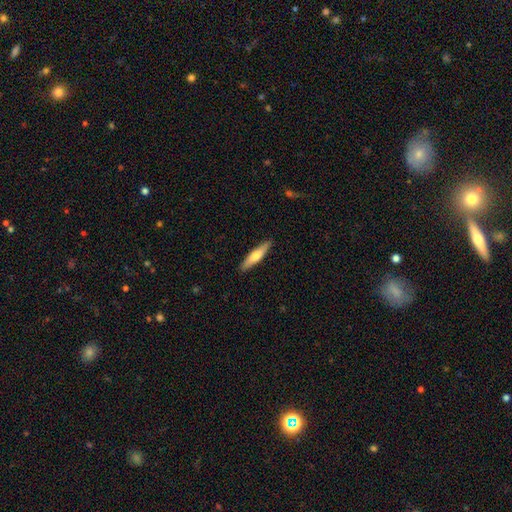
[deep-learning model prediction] The model was most divided on "smooth or featured": smooth: 62%, featured or disk: 33%, star or artifact: 5%. More confident: merging — none (90%); how rounded — cigar-shaped (83%).